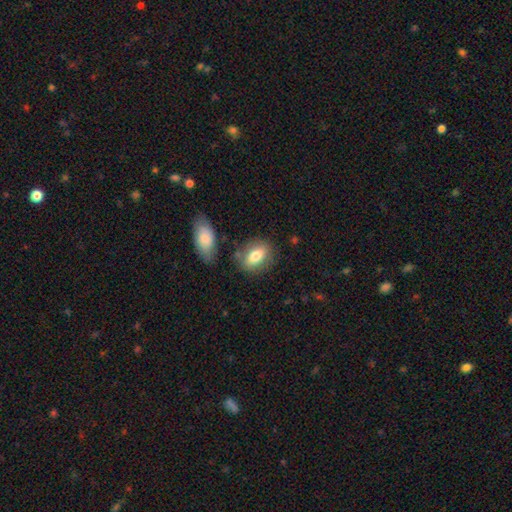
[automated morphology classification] Smooth or featured: smooth — 75% (featured or disk — 18%)
How rounded: in between — 79% (round — 15%)
Merging: none — 73% (minor disturbance — 15%)